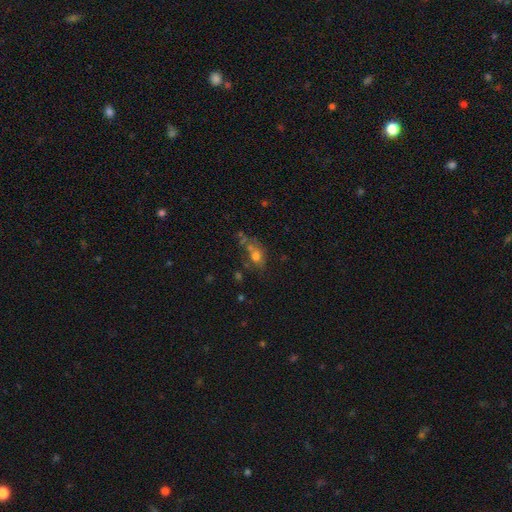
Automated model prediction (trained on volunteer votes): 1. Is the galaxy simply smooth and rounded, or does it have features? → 64% smooth, 20% featured or disk, 16% star or artifact.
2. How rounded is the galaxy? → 65% in between, 31% round, 4% cigar-shaped.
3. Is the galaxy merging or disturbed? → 42% none, 24% merger, 20% minor disturbance, 14% major disturbance.